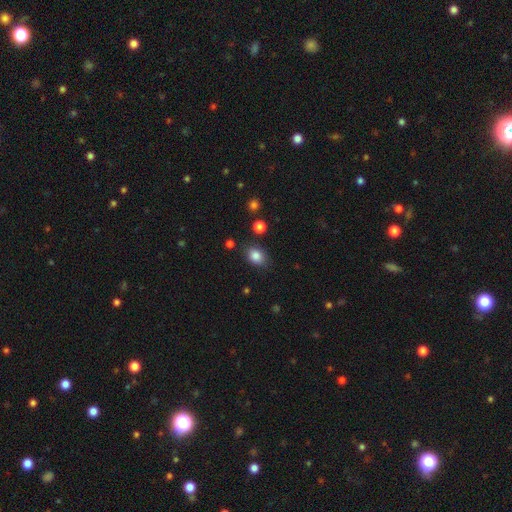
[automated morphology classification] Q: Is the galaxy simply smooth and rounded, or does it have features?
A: smooth — 84%.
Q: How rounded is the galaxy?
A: in between — 62%.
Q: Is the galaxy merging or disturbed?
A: none — 81%.